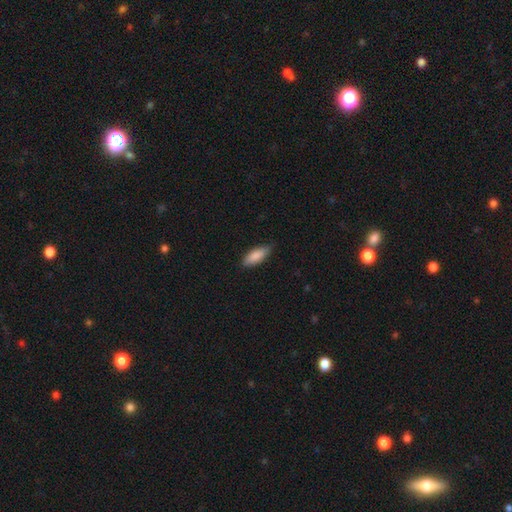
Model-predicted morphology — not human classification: Q: Smooth or featured?
A: smooth (87%); runner-up: featured or disk (8%)
Q: How rounded?
A: in between (71%); runner-up: cigar-shaped (27%)
Q: Merging?
A: none (78%); runner-up: minor disturbance (18%)